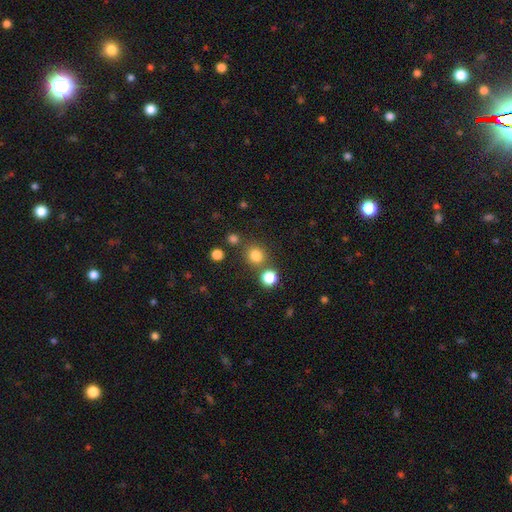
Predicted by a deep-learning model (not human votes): Smooth or featured?
  - smooth: 80% *
  - star or artifact: 15%
  - featured or disk: 5%
How rounded?
  - round: 89% *
  - in between: 10%
  - cigar-shaped: 1%
Merging?
  - none: 76% *
  - merger: 13%
  - minor disturbance: 8%
  - major disturbance: 3%